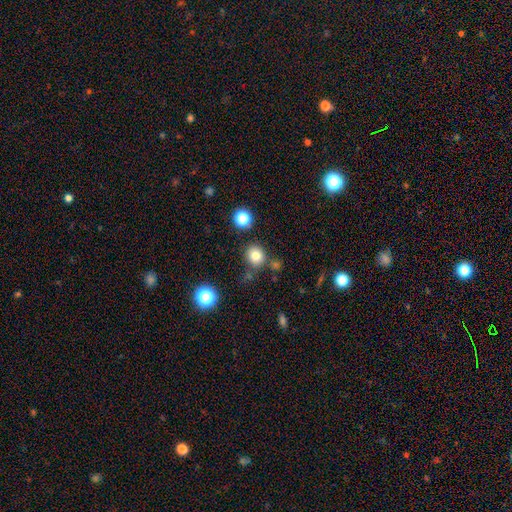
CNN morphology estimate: This is likely a smooth galaxy (79%). How rounded: clearly round (83%). Merging: likely none (78%).